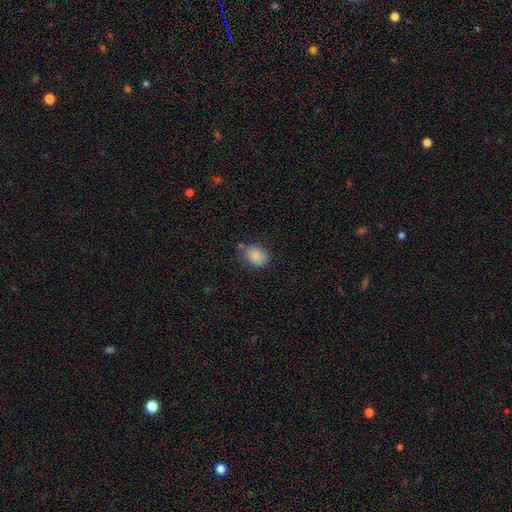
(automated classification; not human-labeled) Morphology: type=smooth (86%); roundness=in between (71%); merging=none (66%).